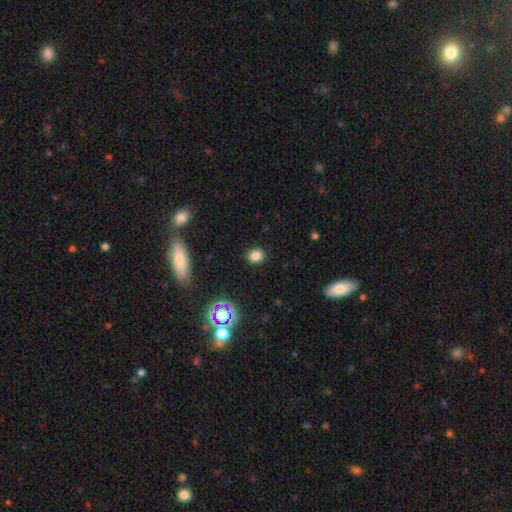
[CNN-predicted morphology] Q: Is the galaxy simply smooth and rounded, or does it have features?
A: smooth — 80%.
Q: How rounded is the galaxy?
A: round — 67%.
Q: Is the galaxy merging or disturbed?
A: none — 89%.